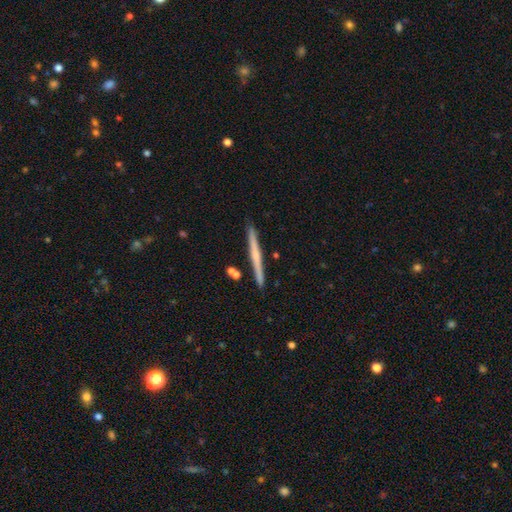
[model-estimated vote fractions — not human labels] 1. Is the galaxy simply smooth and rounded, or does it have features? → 54% featured or disk, 40% smooth, 6% star or artifact.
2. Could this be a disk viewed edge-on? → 98% yes, 2% no.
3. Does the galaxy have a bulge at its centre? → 62% none, 31% rounded, 6% boxy.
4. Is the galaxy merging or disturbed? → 89% none, 7% minor disturbance, 3% merger, 1% major disturbance.